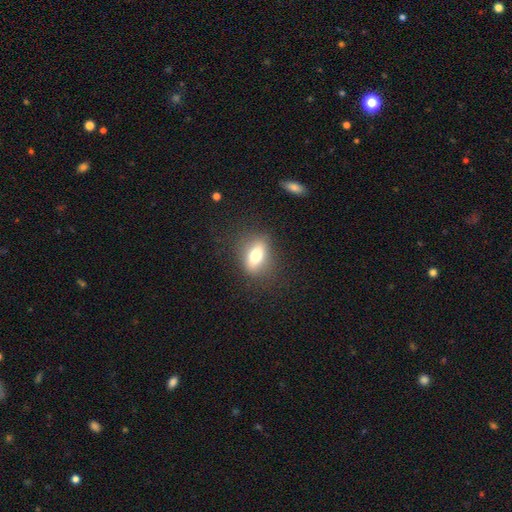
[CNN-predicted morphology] Smooth or featured?
  - smooth: 66% *
  - featured or disk: 25%
  - star or artifact: 9%
How rounded?
  - in between: 73% *
  - round: 17%
  - cigar-shaped: 10%
Merging?
  - none: 79% *
  - minor disturbance: 14%
  - major disturbance: 6%
  - merger: 1%